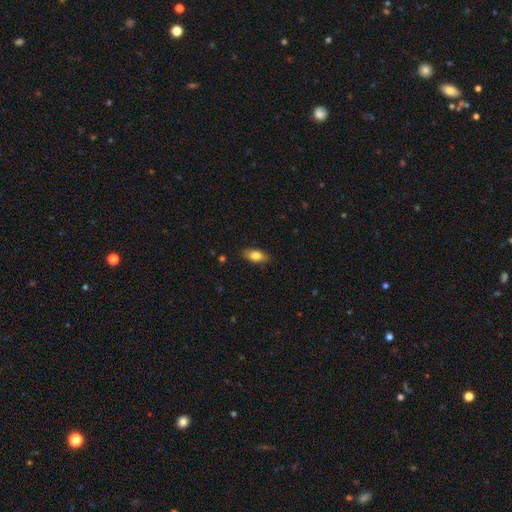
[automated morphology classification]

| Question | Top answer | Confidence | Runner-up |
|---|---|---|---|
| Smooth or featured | smooth | 79% | featured or disk (14%) |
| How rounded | in between | 87% | cigar-shaped (9%) |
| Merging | none | 85% | minor disturbance (12%) |